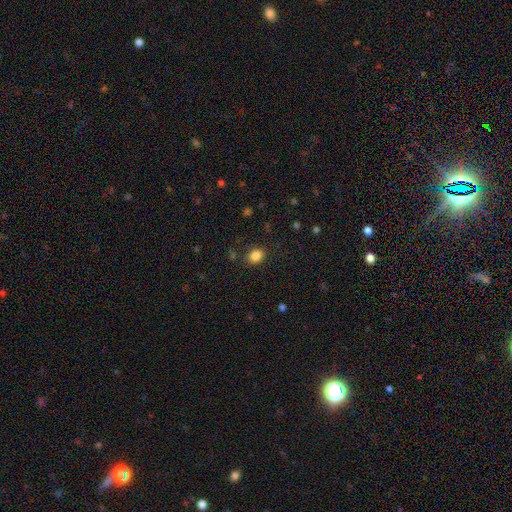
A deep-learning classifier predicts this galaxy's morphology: Smooth or featured? Predicted: smooth (p=0.84). How rounded? Predicted: round (p=0.53). Merging? Predicted: none (p=0.83).